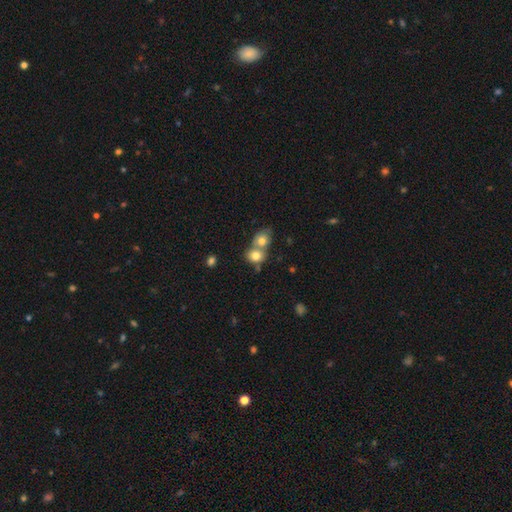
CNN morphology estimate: smooth 78%, featured or disk 12%, star or artifact 10%. Down the decision tree: how rounded — round (66%); merging — merger (60%).